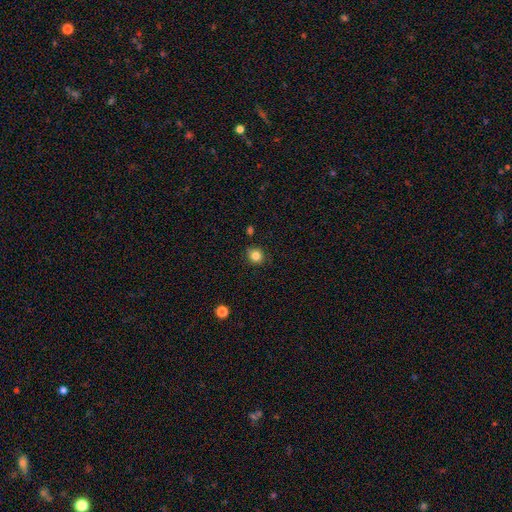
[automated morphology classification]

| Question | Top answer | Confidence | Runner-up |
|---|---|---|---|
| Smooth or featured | smooth | 83% | star or artifact (11%) |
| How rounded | round | 82% | in between (17%) |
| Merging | none | 87% | minor disturbance (10%) |